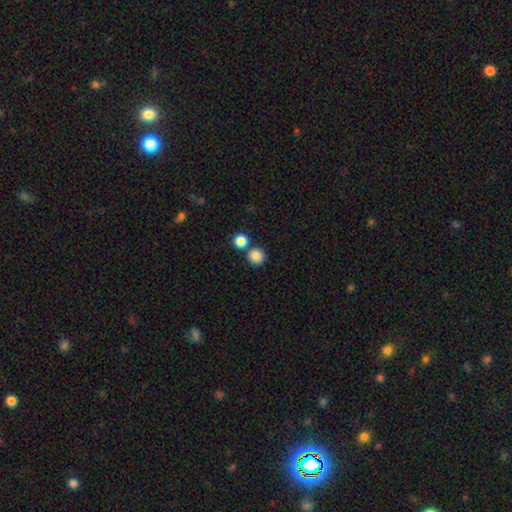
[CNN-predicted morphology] Smooth or featured?
  - smooth: 86% *
  - star or artifact: 10%
  - featured or disk: 4%
How rounded?
  - round: 93% *
  - in between: 6%
  - cigar-shaped: 1%
Merging?
  - none: 74% *
  - merger: 16%
  - minor disturbance: 7%
  - major disturbance: 2%